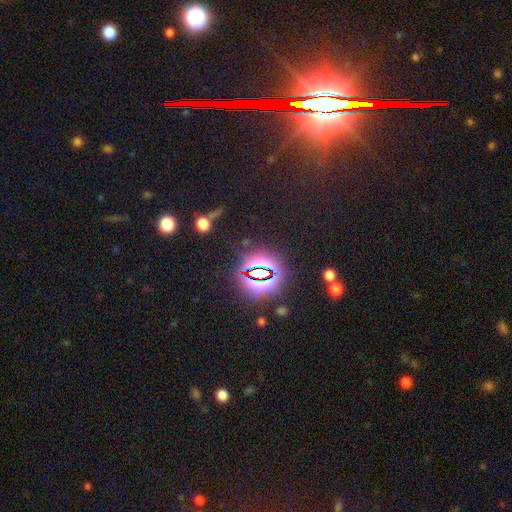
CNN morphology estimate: A star or artifact, not a galaxy (77%).

Vote fractions:
- Smooth or featured? star or artifact: 77% / smooth: 13% / featured or disk: 10%